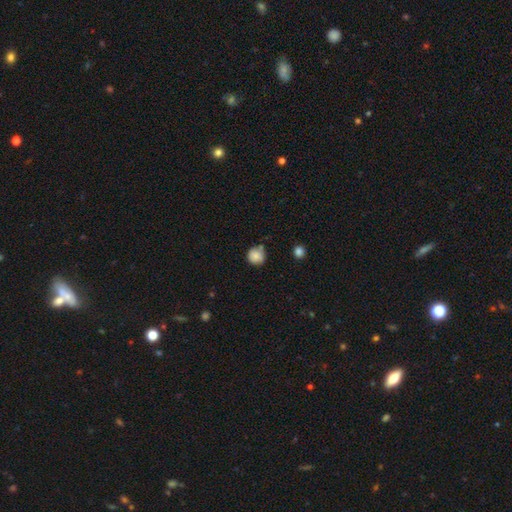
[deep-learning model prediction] A smooth galaxy with no disk features (85%) that is round (90%). Merging: none (68%).